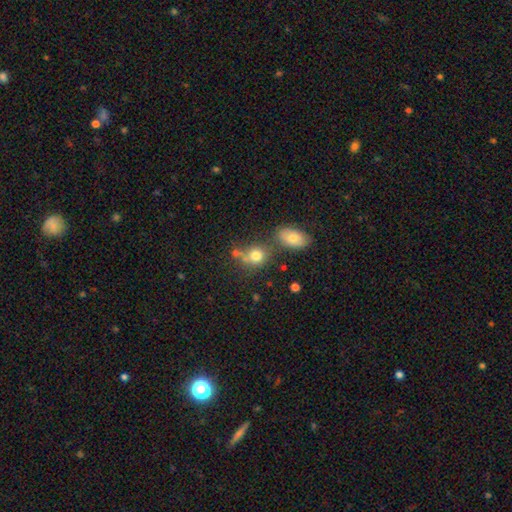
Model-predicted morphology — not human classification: smooth 76%, star or artifact 12%, featured or disk 12%. Down the decision tree: how rounded — round (63%); merging — none (51%).